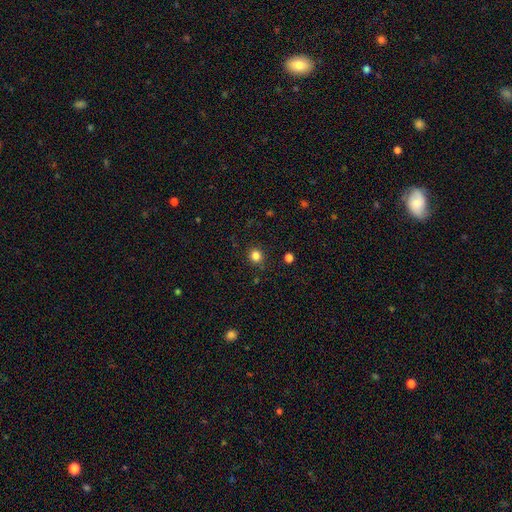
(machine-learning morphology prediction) Smooth or featured: smooth — 83% (star or artifact — 13%)
How rounded: round — 87% (in between — 13%)
Merging: none — 89% (minor disturbance — 7%)